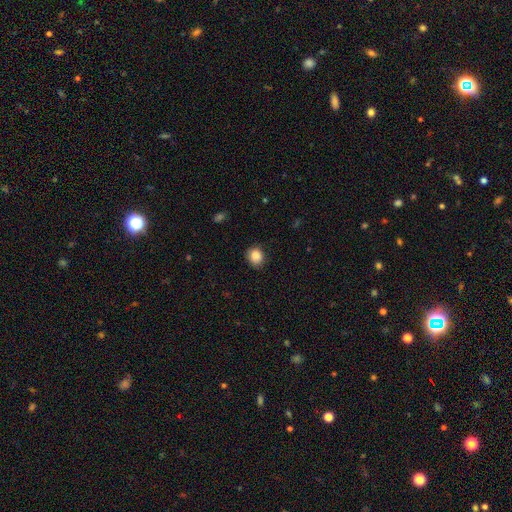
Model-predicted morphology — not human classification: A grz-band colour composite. It shows a smooth galaxy with no disk features (87%) that is round (75%). Merging: none (81%).